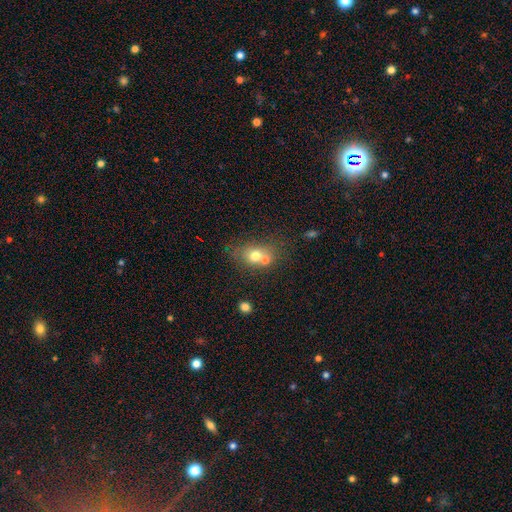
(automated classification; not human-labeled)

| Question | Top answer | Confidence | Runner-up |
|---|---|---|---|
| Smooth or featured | smooth | 69% | featured or disk (20%) |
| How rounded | round | 52% | in between (47%) |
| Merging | merger | 45% | none (38%) |